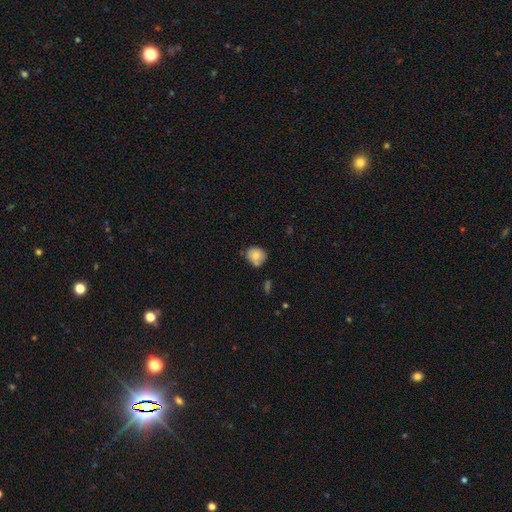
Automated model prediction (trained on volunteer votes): Overall: smooth (75%). How rounded: round (75%). Merging: none (61%; minor disturbance 26%).